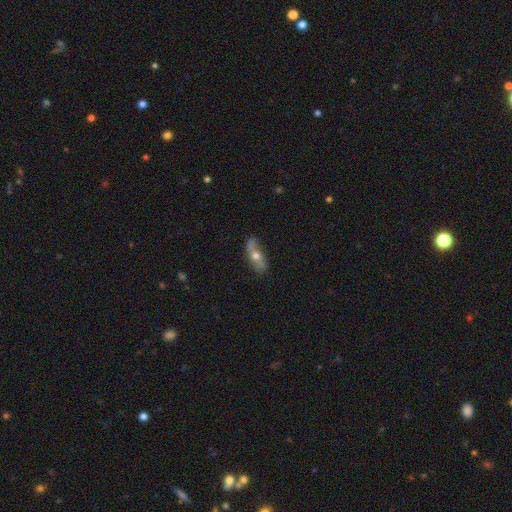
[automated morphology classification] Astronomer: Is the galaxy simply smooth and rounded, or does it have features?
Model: smooth — 47%, tied with featured or disk at 47%.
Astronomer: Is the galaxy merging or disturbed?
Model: none — 68%.